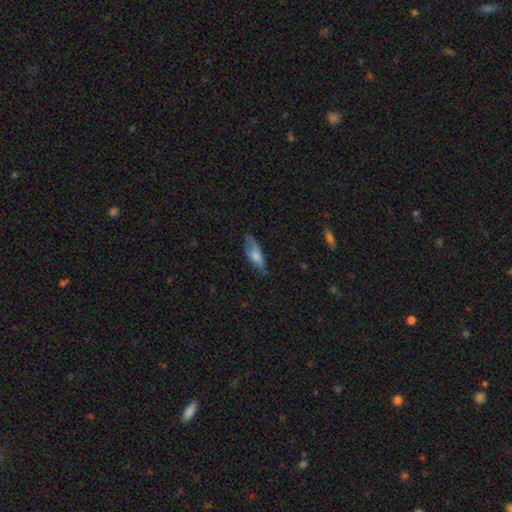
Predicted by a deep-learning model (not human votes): A smooth galaxy with no disk features (70%) that is in between round and cigar-shaped (70%).

Vote fractions:
- Smooth or featured? smooth: 70% / featured or disk: 23% / star or artifact: 7%
- How rounded? in between: 70% / cigar-shaped: 28% / round: 2%
- Merging? none: 54% / minor disturbance: 32% / major disturbance: 11% / merger: 2%